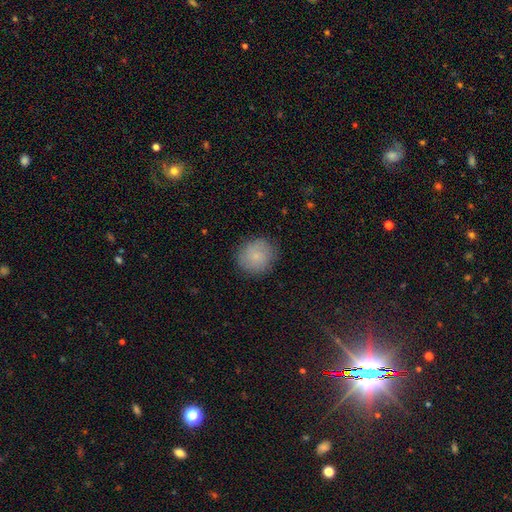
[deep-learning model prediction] Smooth or featured? Predicted: smooth (p=0.77). How rounded? Predicted: round (p=0.86). Merging? Predicted: none (p=0.83).